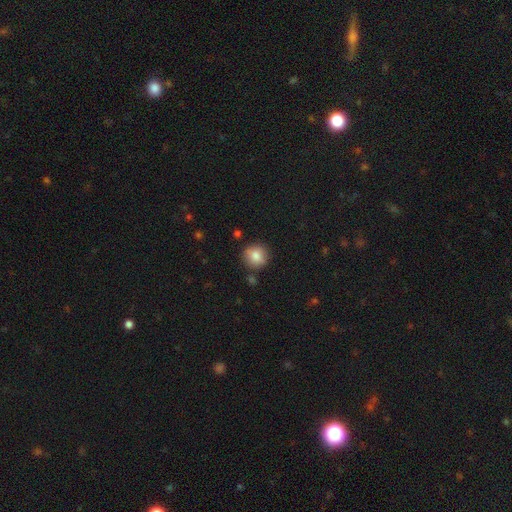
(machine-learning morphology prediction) This appears to be a smooth galaxy with no disk features (84%) that is round (90%). Merging: none (85%).